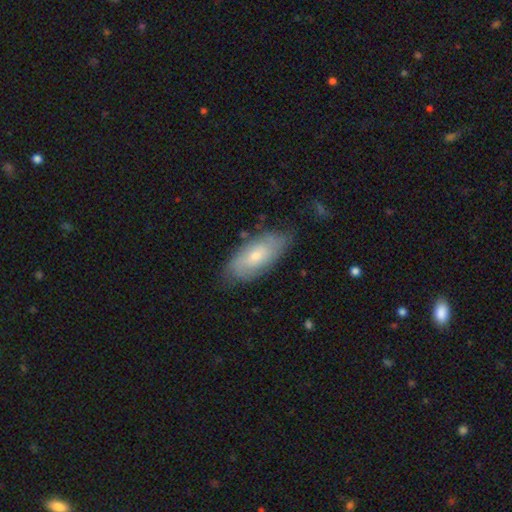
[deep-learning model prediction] A smooth galaxy with no disk features (49%). Merging: none (73%).